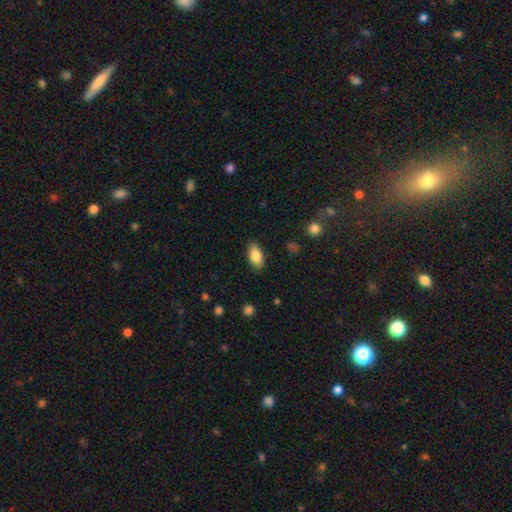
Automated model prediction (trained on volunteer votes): This appears to be a smooth galaxy with no disk features (87%) that is in between round and cigar-shaped (92%). Merging: none (87%).